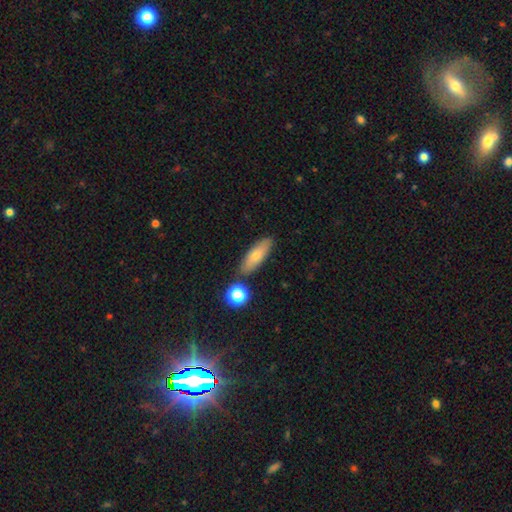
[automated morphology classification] Q: Smooth or featured?
A: smooth (71%); runner-up: featured or disk (21%)
Q: How rounded?
A: in between (53%); runner-up: cigar-shaped (44%)
Q: Merging?
A: none (82%); runner-up: minor disturbance (10%)